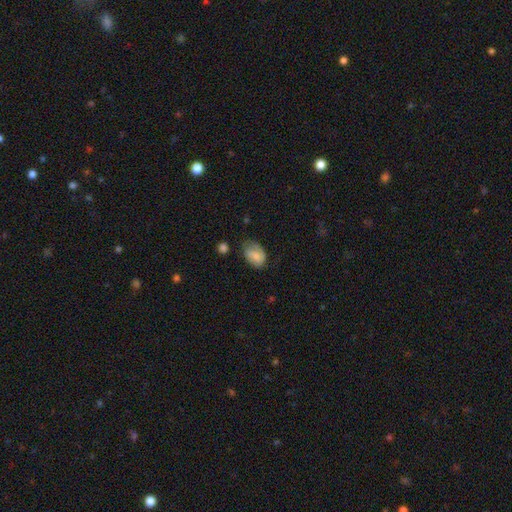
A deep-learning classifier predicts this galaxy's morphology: smooth 73%, featured or disk 19%, star or artifact 8%. Down the decision tree: how rounded — in between (81%); merging — none (48%).